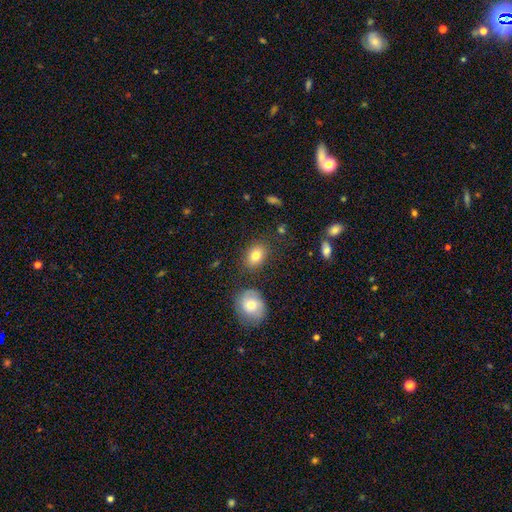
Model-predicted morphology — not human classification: type=smooth (83%); roundness=in between (76%); merging=none (81%).